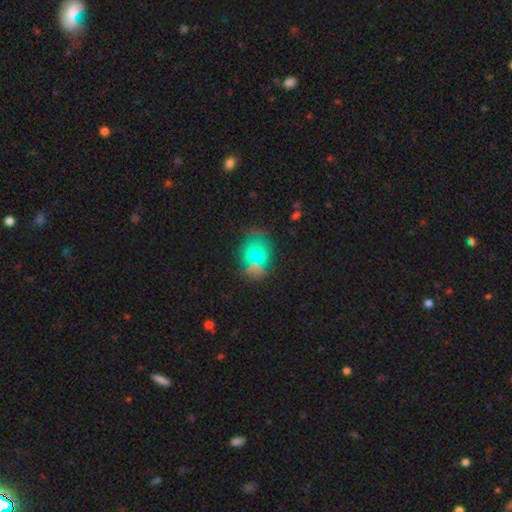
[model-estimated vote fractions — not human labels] smooth 67%, star or artifact 17%, featured or disk 16%. Down the decision tree: how rounded — round (56%); merging — none (65%).